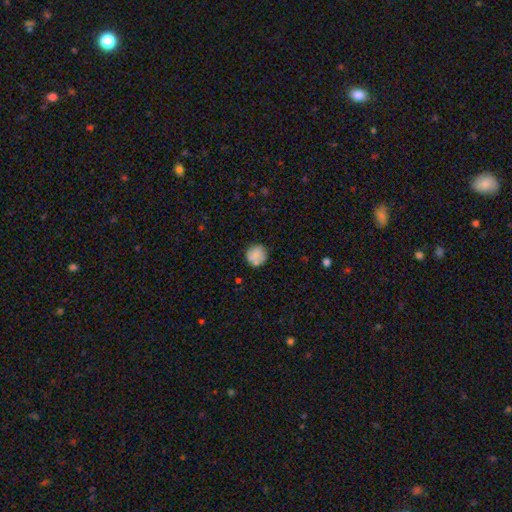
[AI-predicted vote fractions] Smooth or featured?
  - smooth: 79% *
  - featured or disk: 13%
  - star or artifact: 8%
How rounded?
  - round: 91% *
  - in between: 8%
  - cigar-shaped: 1%
Merging?
  - none: 74% *
  - minor disturbance: 16%
  - merger: 5%
  - major disturbance: 4%